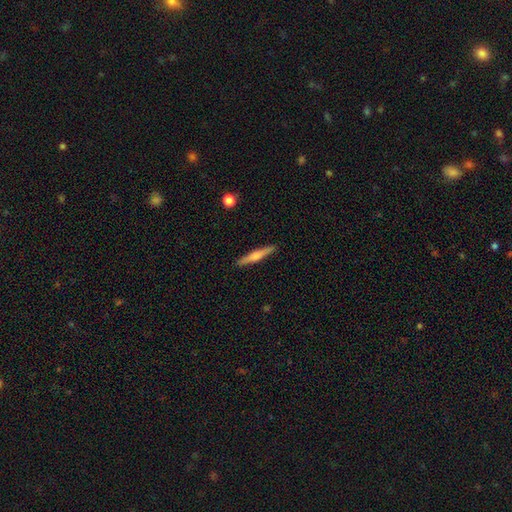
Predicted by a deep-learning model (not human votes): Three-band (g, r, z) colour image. It shows a featured or disk galaxy (60%) viewed edge-on (98%) with a rounded central bulge (82%). Merging: none (91%).